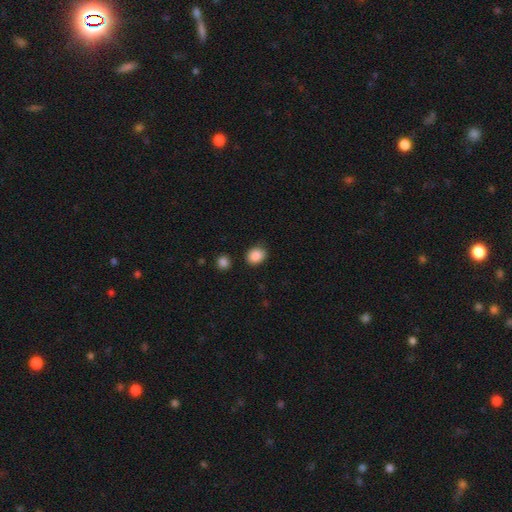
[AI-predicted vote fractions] Overall: smooth (88%). How rounded: round (54%; in between 45%). Merging: none (80%).